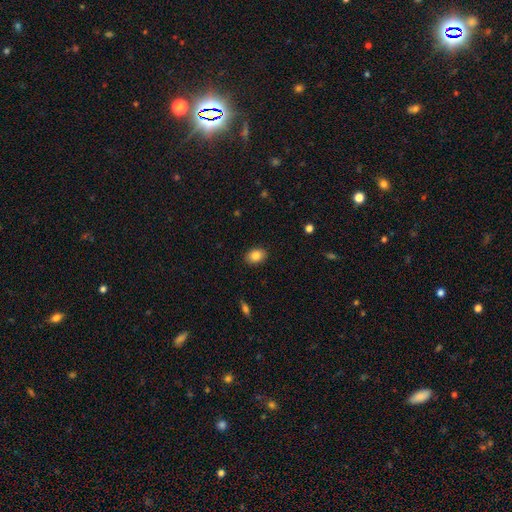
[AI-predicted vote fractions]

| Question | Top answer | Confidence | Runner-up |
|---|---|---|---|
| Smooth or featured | smooth | 85% | star or artifact (8%) |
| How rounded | in between | 75% | round (24%) |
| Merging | none | 89% | minor disturbance (8%) |